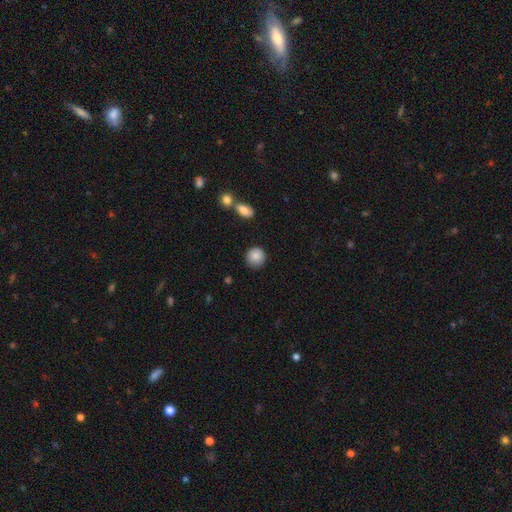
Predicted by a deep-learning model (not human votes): smooth-or-featured: smooth: 86% | star or artifact: 8% | featured or disk: 6%
  how-rounded: round: 92% | in between: 7% | cigar-shaped: 1%
  merging: none: 86% | minor disturbance: 9% | major disturbance: 2% | merger: 2%